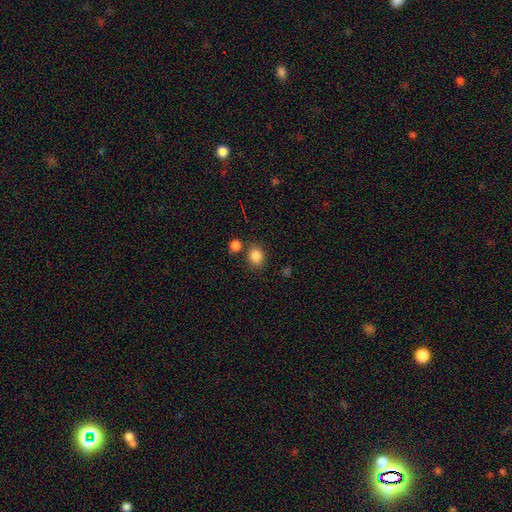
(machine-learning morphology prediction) Smooth or featured?
  - smooth: 85% *
  - star or artifact: 10%
  - featured or disk: 5%
How rounded?
  - round: 56% *
  - in between: 43%
  - cigar-shaped: 1%
Merging?
  - none: 72% *
  - merger: 12%
  - minor disturbance: 12%
  - major disturbance: 4%